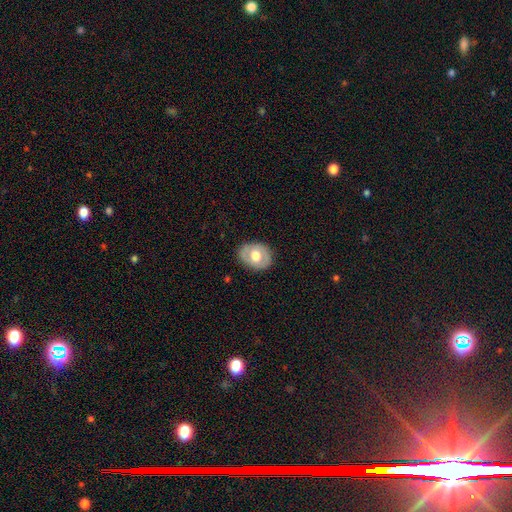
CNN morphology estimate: This appears to be a smooth galaxy with no disk features (53%) that is in between round and cigar-shaped (58%). Merging: none (81%).